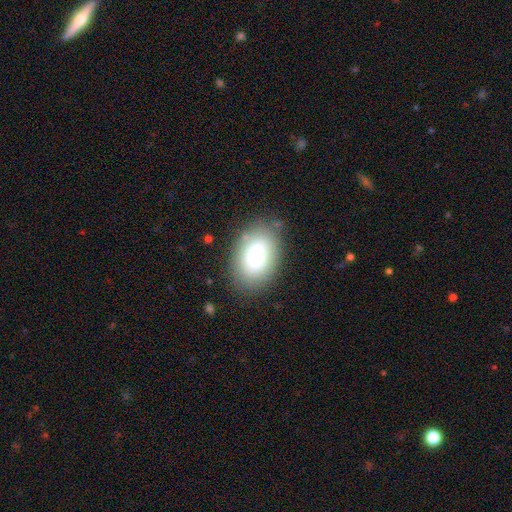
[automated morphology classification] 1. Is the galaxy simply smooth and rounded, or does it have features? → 72% smooth, 19% featured or disk, 9% star or artifact.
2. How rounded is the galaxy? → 86% in between, 13% round, 1% cigar-shaped.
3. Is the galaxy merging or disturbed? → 71% none, 17% minor disturbance, 6% major disturbance, 5% merger.